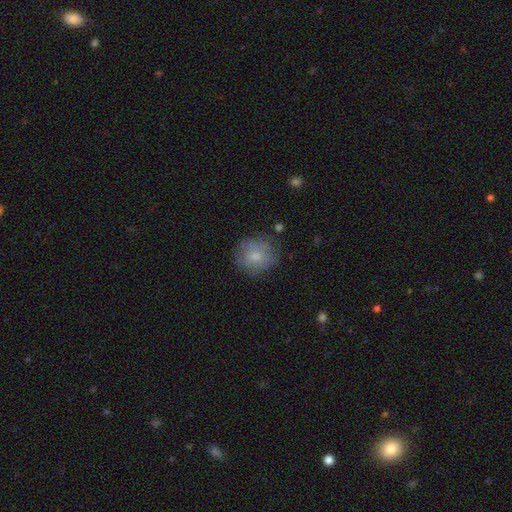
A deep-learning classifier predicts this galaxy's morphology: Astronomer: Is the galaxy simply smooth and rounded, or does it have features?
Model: smooth — 71%.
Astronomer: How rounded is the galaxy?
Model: round — 84%.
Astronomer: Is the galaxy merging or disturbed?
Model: none — 69%.